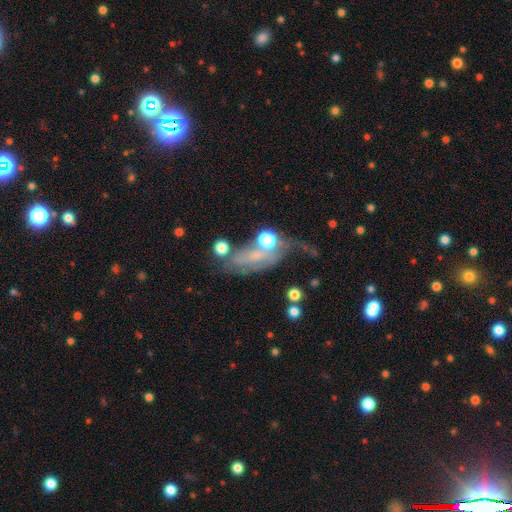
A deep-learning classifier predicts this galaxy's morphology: Smooth or featured? Predicted: featured or disk (p=0.50). Merging? Predicted: major disturbance (p=0.35).